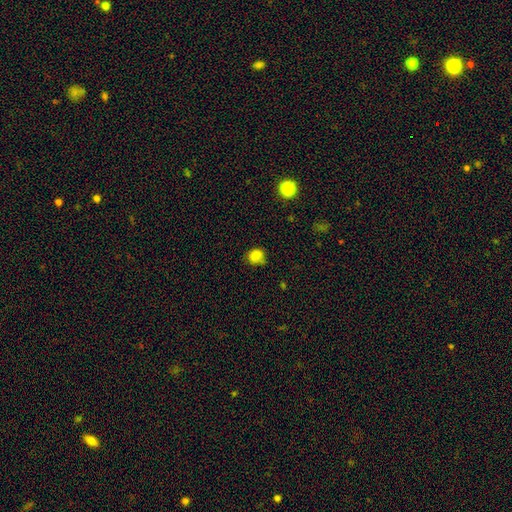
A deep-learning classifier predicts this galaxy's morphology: Smooth or featured?
  - smooth: 82% *
  - star or artifact: 13%
  - featured or disk: 6%
How rounded?
  - round: 66% *
  - in between: 33%
  - cigar-shaped: 1%
Merging?
  - none: 62% *
  - minor disturbance: 28%
  - major disturbance: 7%
  - merger: 3%